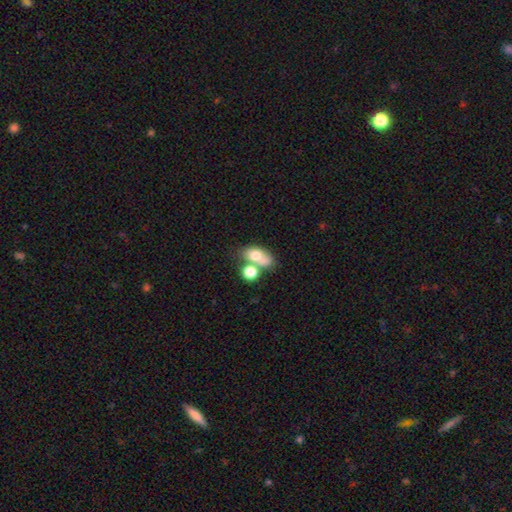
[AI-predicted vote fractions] smooth 69%, featured or disk 20%, star or artifact 10%. Down the decision tree: how rounded — in between (71%); merging — merger (49%).